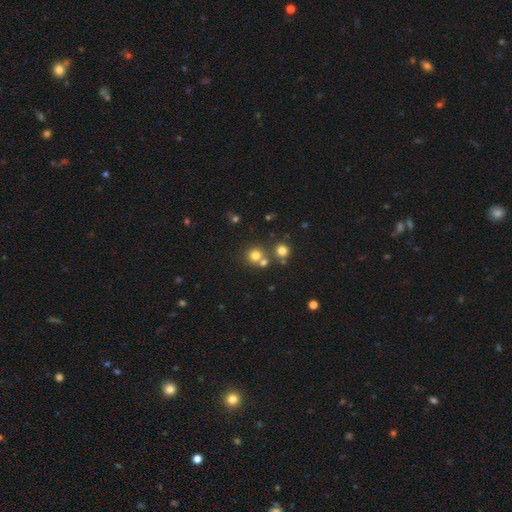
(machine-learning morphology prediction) Smooth or featured? Predicted: smooth (p=0.74). How rounded? Predicted: round (p=0.89). Merging? Predicted: none (p=0.63).